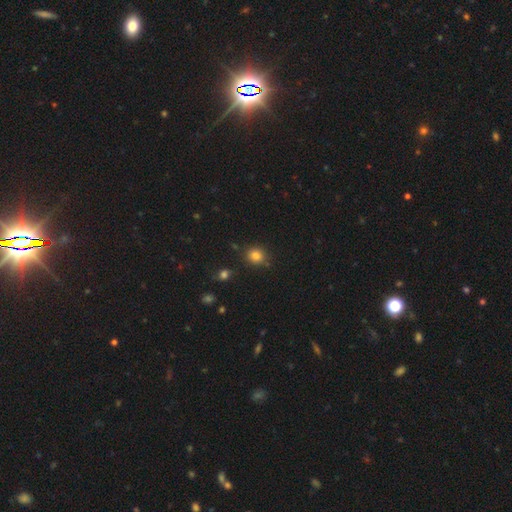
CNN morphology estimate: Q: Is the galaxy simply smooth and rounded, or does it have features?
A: smooth — 82%.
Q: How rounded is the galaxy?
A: round — 83%.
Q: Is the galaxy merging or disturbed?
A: none — 82%.